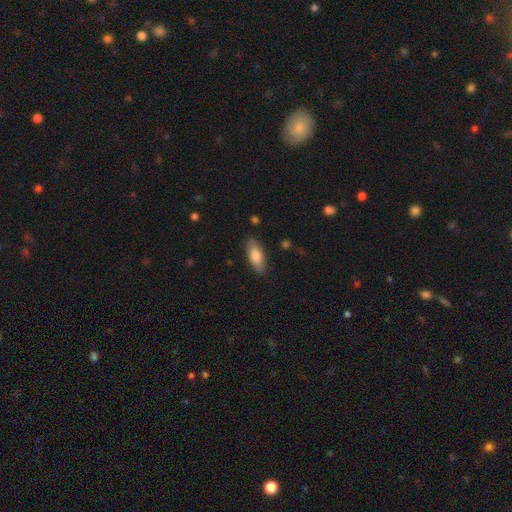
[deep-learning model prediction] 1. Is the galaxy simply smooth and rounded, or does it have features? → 79% smooth, 15% featured or disk, 6% star or artifact.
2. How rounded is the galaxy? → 75% in between, 22% cigar-shaped, 2% round.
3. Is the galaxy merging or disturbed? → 86% none, 11% minor disturbance, 2% major disturbance, 1% merger.